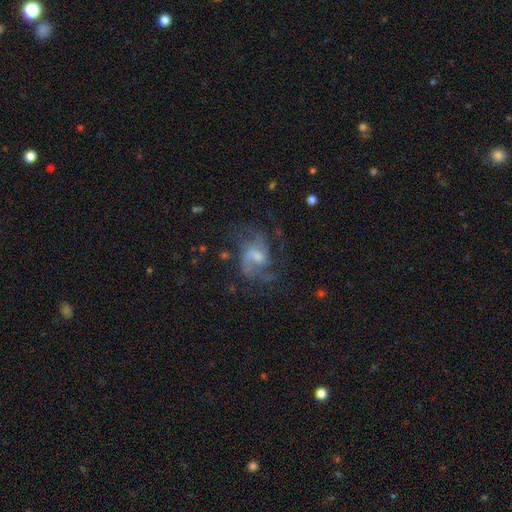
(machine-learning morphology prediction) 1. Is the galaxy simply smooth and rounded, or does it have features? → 79% featured or disk, 12% smooth, 9% star or artifact.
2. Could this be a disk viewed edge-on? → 97% no, 3% yes.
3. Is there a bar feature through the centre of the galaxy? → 51% weak, 39% no, 11% strong.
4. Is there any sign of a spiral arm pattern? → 91% yes, 9% no.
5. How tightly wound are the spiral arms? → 47% medium, 38% loose, 15% tight.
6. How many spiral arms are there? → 54% 2, 16% can't tell, 13% 3, 10% 1, 3% 4, 3% more than 4.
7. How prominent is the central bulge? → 43% moderate, 38% small, 12% none, 7% large, 1% dominant.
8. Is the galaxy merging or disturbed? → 53% none, 26% major disturbance, 18% minor disturbance, 3% merger.